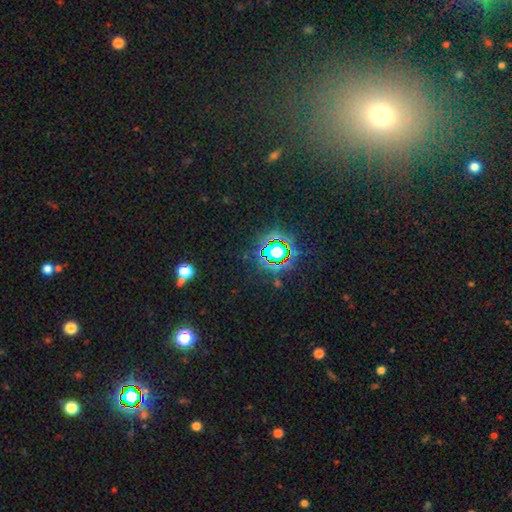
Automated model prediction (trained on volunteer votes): This appears to be a star or artifact, not a galaxy (75%).